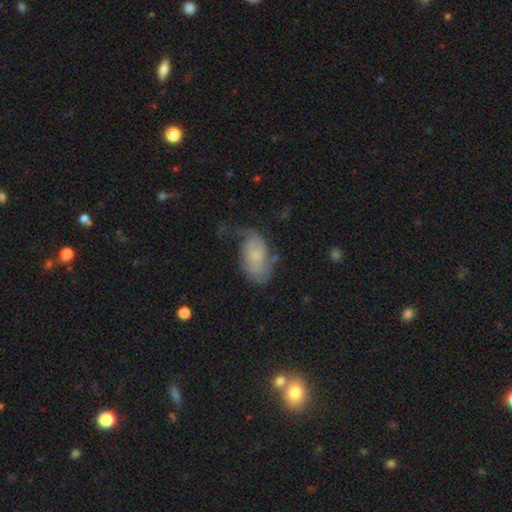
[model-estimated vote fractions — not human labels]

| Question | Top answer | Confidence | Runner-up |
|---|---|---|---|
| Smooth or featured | smooth | 48% | featured or disk (43%) |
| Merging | none | 40% | minor disturbance (30%) |